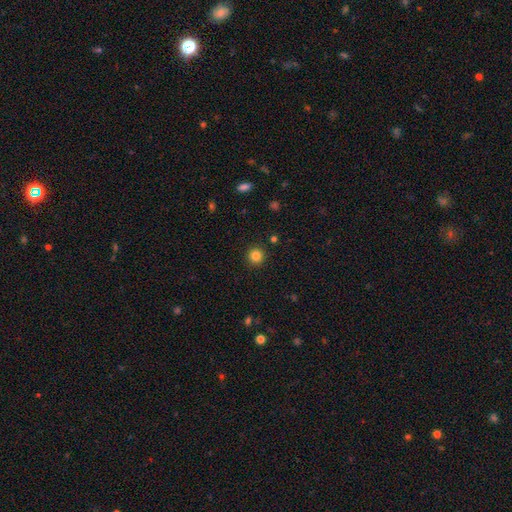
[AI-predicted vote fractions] Morphology: type=smooth (83%); roundness=round (95%); merging=none (92%).